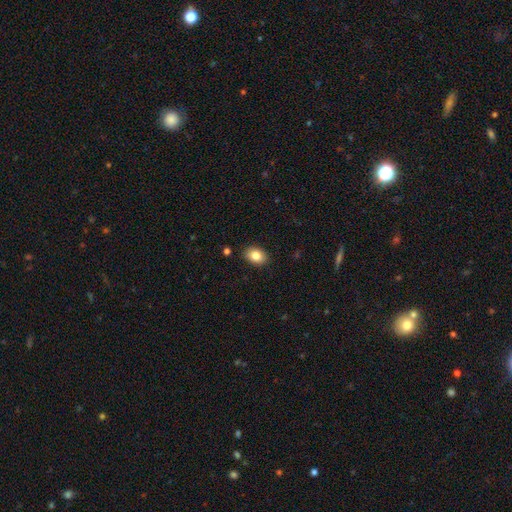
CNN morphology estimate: This is clearly a smooth galaxy (84%). How rounded: likely in between (79%). Merging: clearly none (88%).